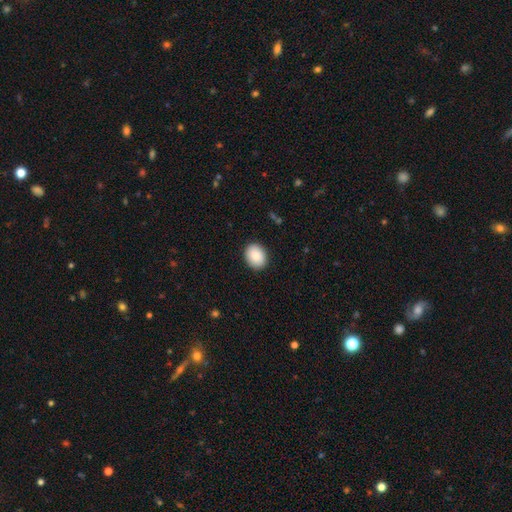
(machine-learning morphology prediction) A smooth galaxy with no disk features (87%) that is in between round and cigar-shaped (57%). Merging: none (90%).